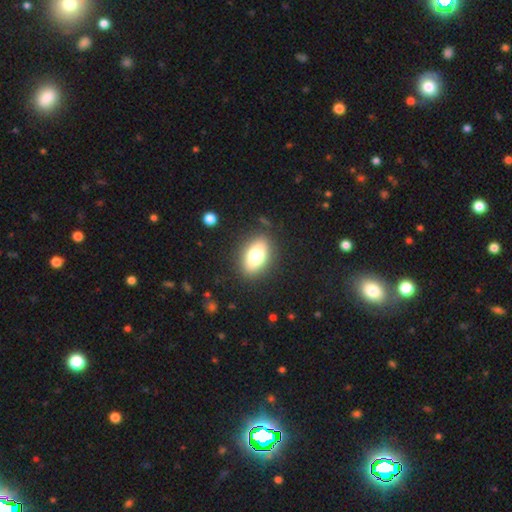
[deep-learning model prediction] Overall: smooth (73%). How rounded: in between (85%). Merging: none (86%).